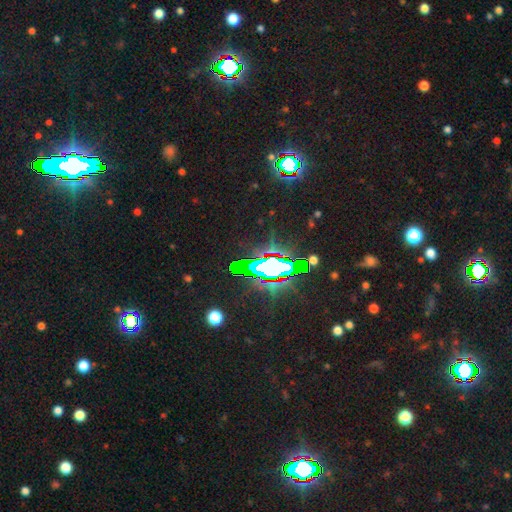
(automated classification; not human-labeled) A star or artifact, not a galaxy (66%).